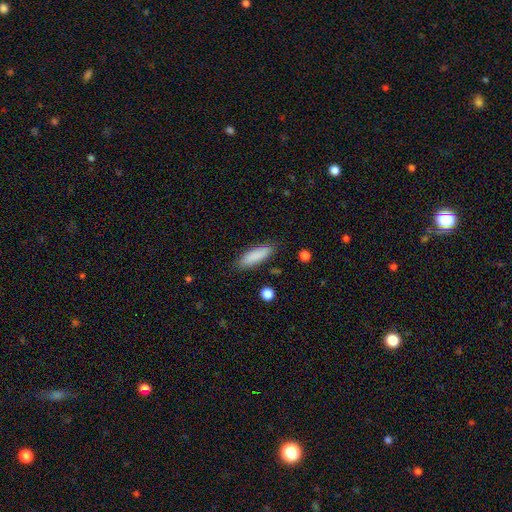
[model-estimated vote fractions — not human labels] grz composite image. It shows a smooth galaxy with no disk features (87%) that is cigar-shaped (55%). Merging: none (86%).